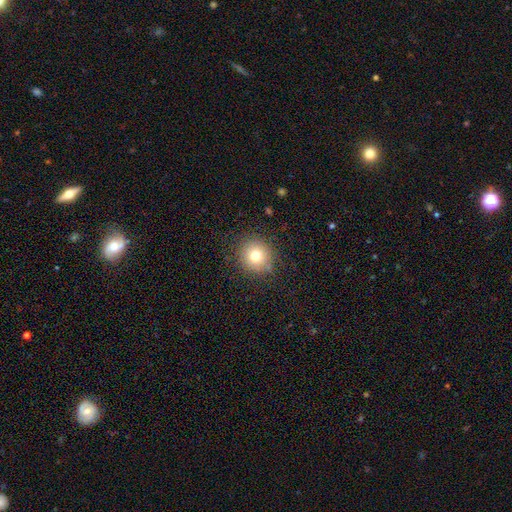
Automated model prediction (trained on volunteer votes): smooth-or-featured: smooth: 76% | star or artifact: 13% | featured or disk: 11%
  how-rounded: round: 91% | in between: 8% | cigar-shaped: 1%
  merging: none: 85% | minor disturbance: 10% | major disturbance: 3% | merger: 1%